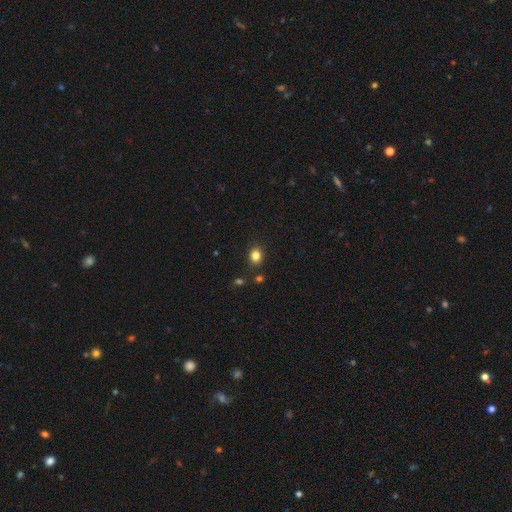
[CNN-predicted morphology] smooth_or_featured: smooth (p=0.83) [alt: star or artifact p=0.12]
how_rounded: round (p=0.53) [alt: in between p=0.46]
merging: none (p=0.84) [alt: minor disturbance p=0.09]